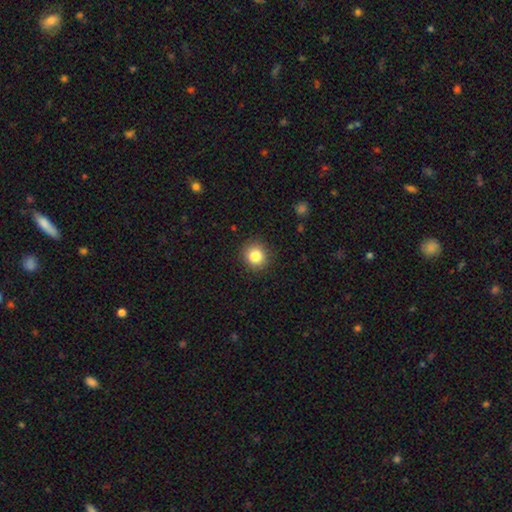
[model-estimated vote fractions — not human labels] A smooth galaxy with no disk features (83%) that is round (88%).

Vote fractions:
- Smooth or featured? smooth: 83% / star or artifact: 11% / featured or disk: 6%
- How rounded? round: 88% / in between: 11% / cigar-shaped: 1%
- Merging? none: 90% / minor disturbance: 7% / major disturbance: 2% / merger: 1%